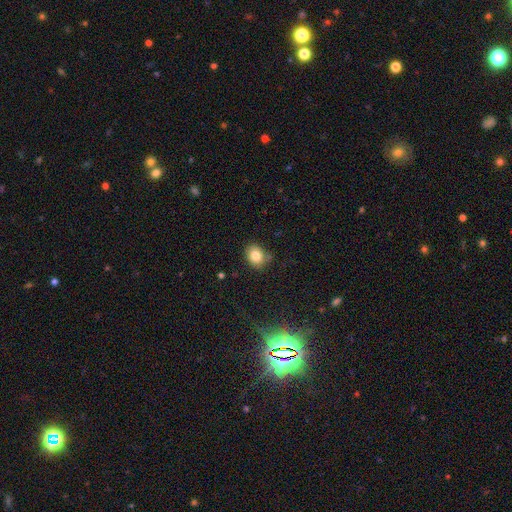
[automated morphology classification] Smooth or featured: smooth — 82% (star or artifact — 10%)
How rounded: round — 55% (in between — 44%)
Merging: none — 80% (minor disturbance — 14%)